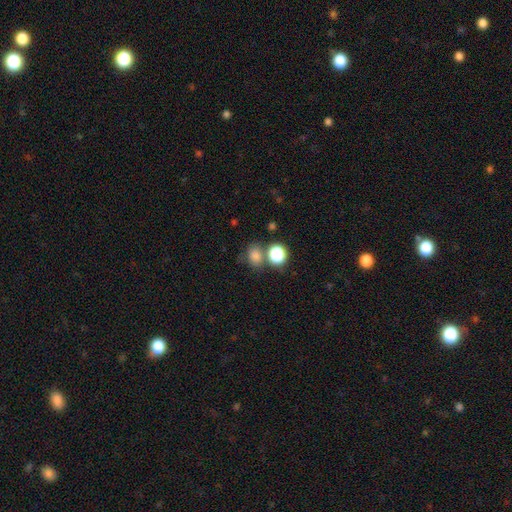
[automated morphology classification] Smooth or featured? smooth (78%)
How rounded? round (56%)
Merging? none (61%)